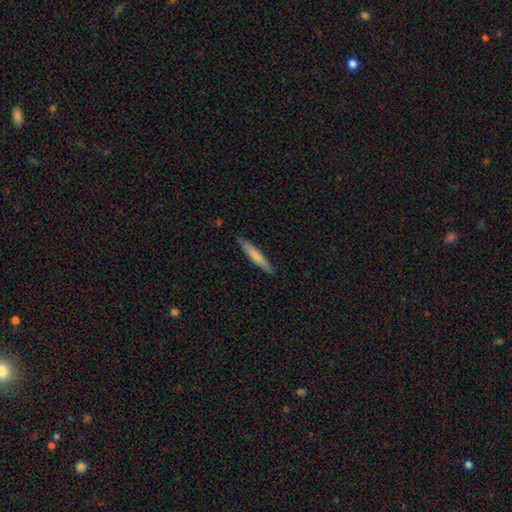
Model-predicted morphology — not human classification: The model was most divided on "smooth or featured": smooth: 74%, featured or disk: 21%, star or artifact: 5%. More confident: how rounded — cigar-shaped (93%); merging — none (87%).